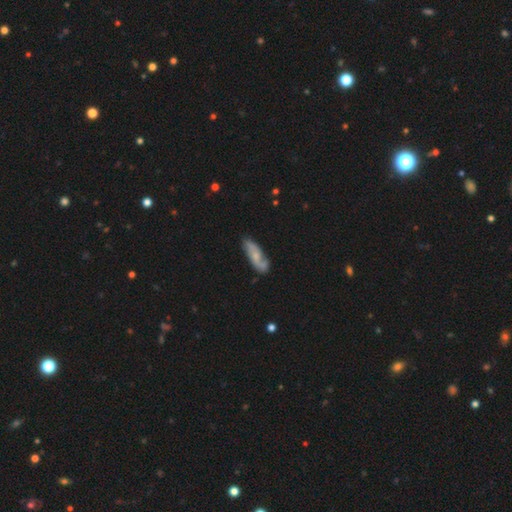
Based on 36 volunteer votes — smooth_or_featured: featured or disk (p=0.78) [alt: smooth p=0.19]
disk_edge_on: no (p=0.82) [alt: yes p=0.18]
bar: no (p=0.83) [alt: weak p=0.17]
has_spiral_arms: yes (p=0.91) [alt: no p=0.09]
spiral_winding: medium (p=0.62) [alt: loose p=0.29]
spiral_arm_count: 2 (p=0.67) [alt: 1 p=0.19]
bulge_size: small (p=0.57) [alt: moderate p=0.30]
merging: none (p=0.60) [alt: minor disturbance p=0.31]